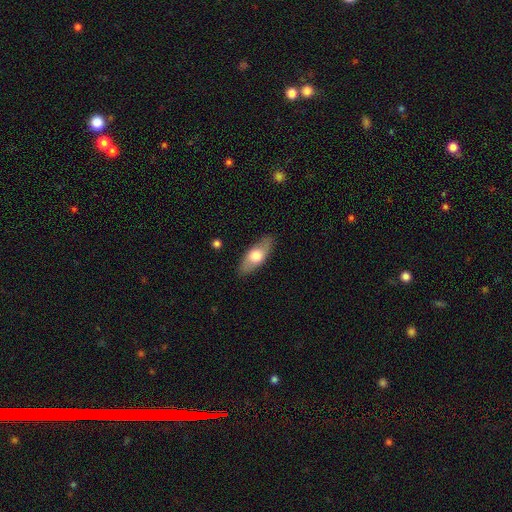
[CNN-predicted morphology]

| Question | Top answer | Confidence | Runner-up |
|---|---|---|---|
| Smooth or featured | smooth | 63% | featured or disk (32%) |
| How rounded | in between | 76% | cigar-shaped (20%) |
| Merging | none | 85% | minor disturbance (11%) |